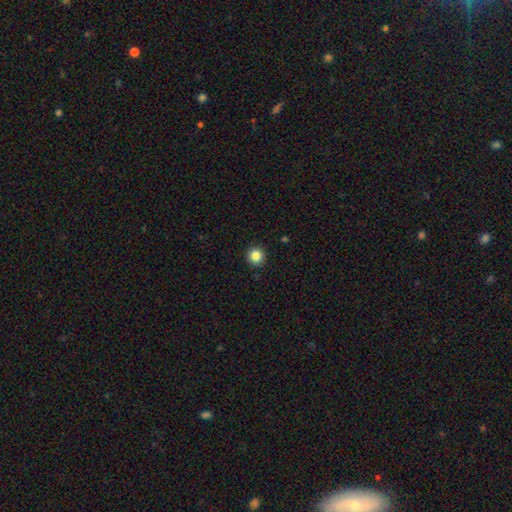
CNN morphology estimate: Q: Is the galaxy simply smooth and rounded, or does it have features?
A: smooth — 85%.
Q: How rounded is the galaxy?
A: round — 96%.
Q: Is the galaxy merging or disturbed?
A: none — 93%.